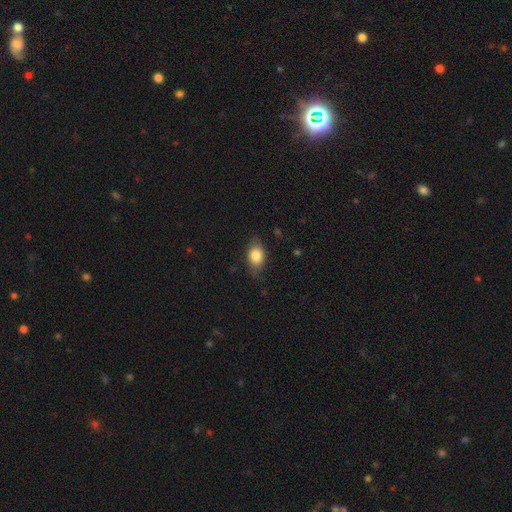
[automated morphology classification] Overall: smooth (81%). How rounded: in between (79%). Merging: none (73%).